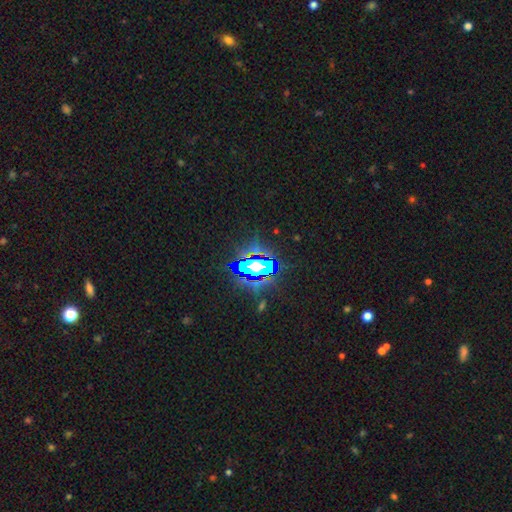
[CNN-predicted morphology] This is likely a star or artifact rather than a galaxy (65%).